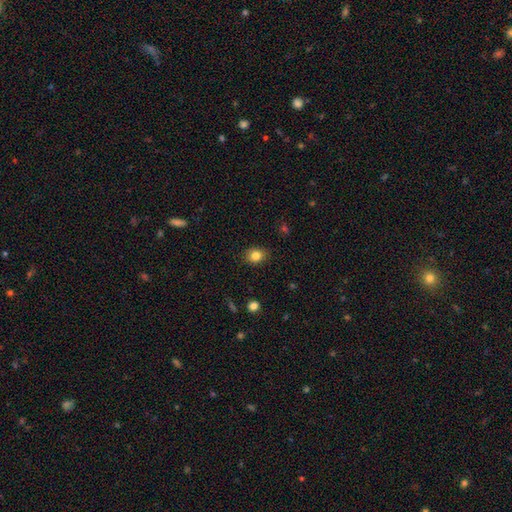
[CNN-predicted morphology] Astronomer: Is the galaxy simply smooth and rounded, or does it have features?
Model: smooth — 83%.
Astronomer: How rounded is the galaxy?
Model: round — 56% (runner-up: in between, 43%).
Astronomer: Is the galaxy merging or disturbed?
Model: none — 86%.